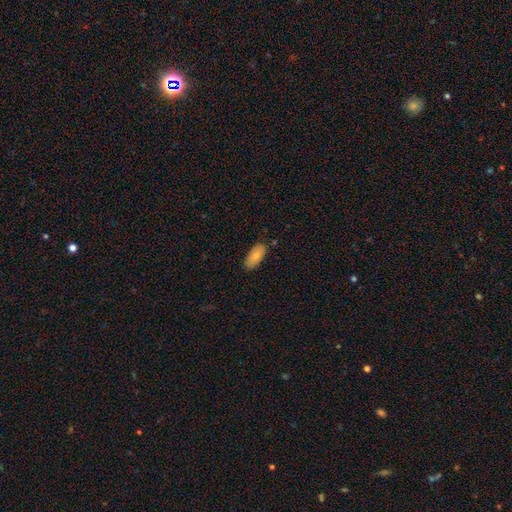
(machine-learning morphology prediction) smooth 83%, featured or disk 10%, star or artifact 6%. Down the decision tree: how rounded — in between (90%); merging — none (81%).